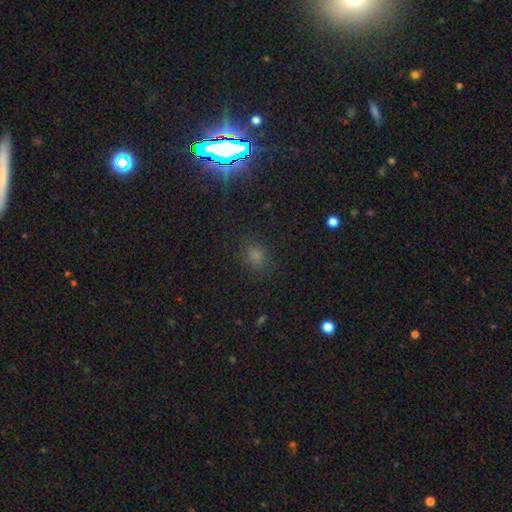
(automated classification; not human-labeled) The model was most divided on "how rounded": round: 61%, in between: 38%, cigar-shaped: 1%. More confident: merging — none (84%); smooth or featured — smooth (68%).